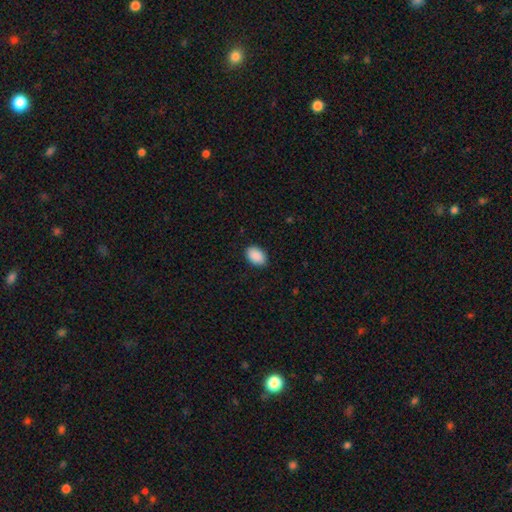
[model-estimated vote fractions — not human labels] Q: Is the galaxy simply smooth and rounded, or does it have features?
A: smooth — 91%.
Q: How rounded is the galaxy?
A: in between — 88%.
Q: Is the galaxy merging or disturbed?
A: none — 89%.